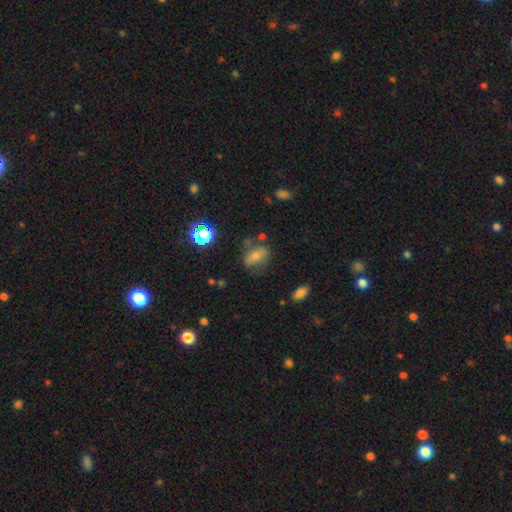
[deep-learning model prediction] Smooth or featured? smooth (55%)
How rounded? in between (74%)
Merging? none (57%)